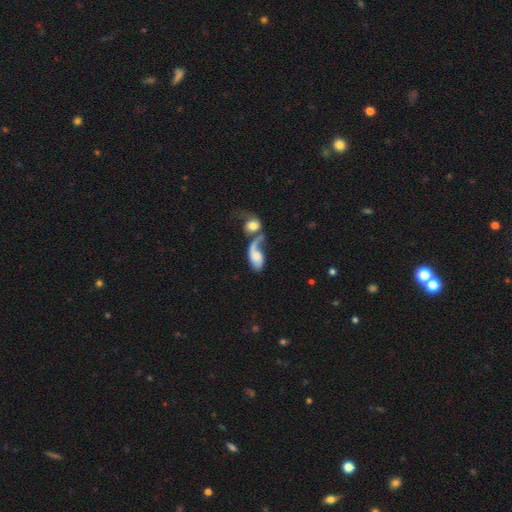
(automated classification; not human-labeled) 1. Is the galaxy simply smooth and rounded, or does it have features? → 50% featured or disk, 42% smooth, 8% star or artifact.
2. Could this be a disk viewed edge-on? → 93% no, 7% yes.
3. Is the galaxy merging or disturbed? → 69% merger, 13% major disturbance, 11% none, 6% minor disturbance.